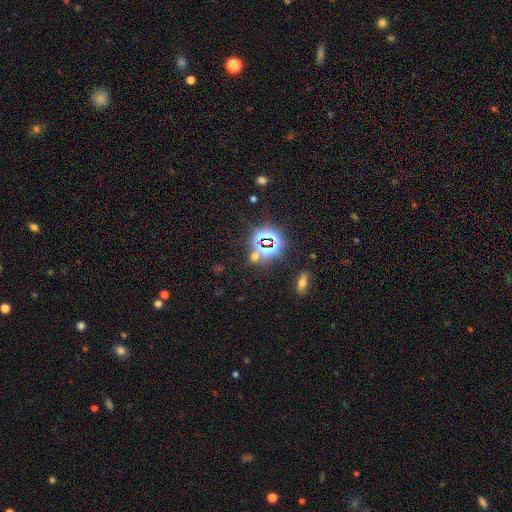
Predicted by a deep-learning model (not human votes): Smooth or featured: star or artifact — 68% (smooth — 23%)